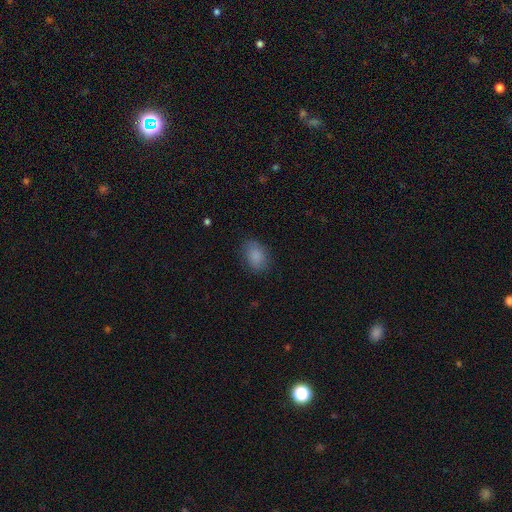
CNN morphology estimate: Smooth or featured?
  - smooth: 87% *
  - star or artifact: 8%
  - featured or disk: 6%
How rounded?
  - in between: 79% *
  - round: 20%
  - cigar-shaped: 1%
Merging?
  - none: 82% *
  - minor disturbance: 14%
  - major disturbance: 4%
  - merger: 1%